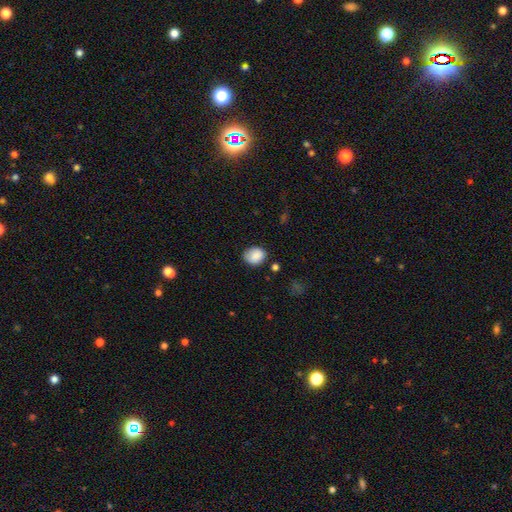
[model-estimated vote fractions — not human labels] Smooth or featured: smooth — 87% (star or artifact — 8%)
How rounded: round — 53% (in between — 46%)
Merging: none — 73% (minor disturbance — 19%)